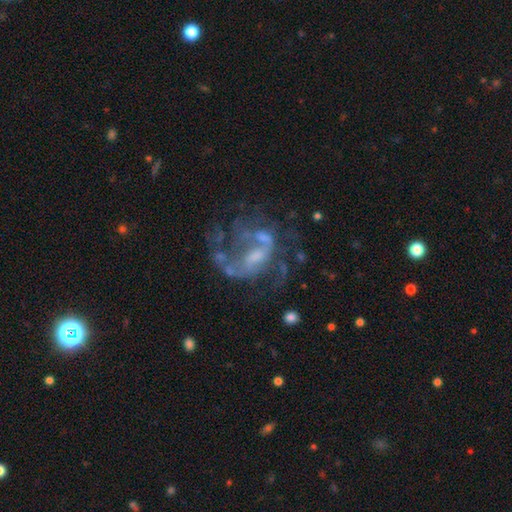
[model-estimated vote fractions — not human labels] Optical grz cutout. It shows a featured or disk galaxy (75%) with no bar (49%), spiral arms (55%) and a small central bulge (34%). Merging: major disturbance (38%).